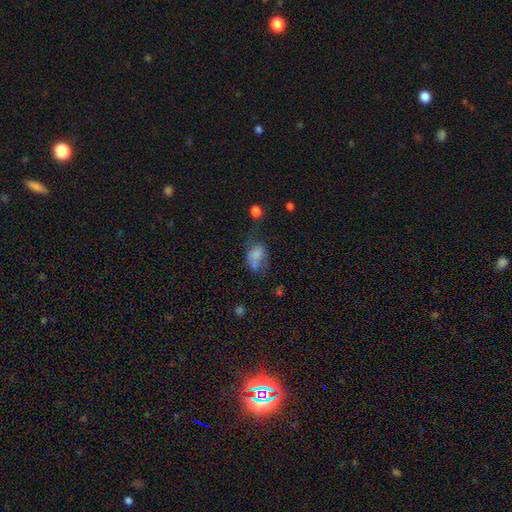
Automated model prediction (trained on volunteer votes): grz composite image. It shows a smooth galaxy with no disk features (69%) that is in between round and cigar-shaped (78%). Merging: none (30%).